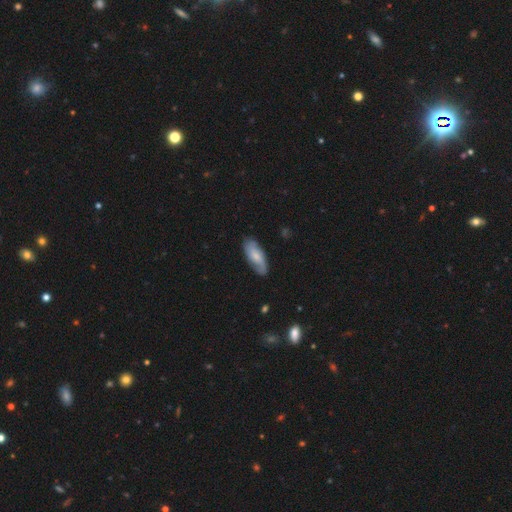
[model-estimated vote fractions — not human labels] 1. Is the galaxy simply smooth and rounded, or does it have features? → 48% smooth, 46% featured or disk, 6% star or artifact.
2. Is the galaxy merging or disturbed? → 78% none, 17% minor disturbance, 4% major disturbance, 1% merger.